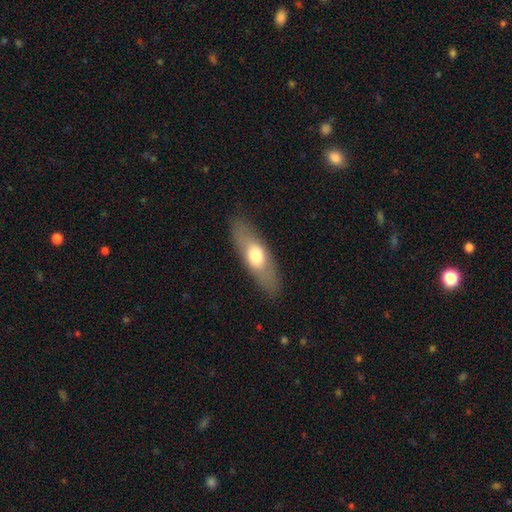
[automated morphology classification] smooth 60%, featured or disk 34%, star or artifact 7%. Down the decision tree: how rounded — in between (59%); merging — none (84%).